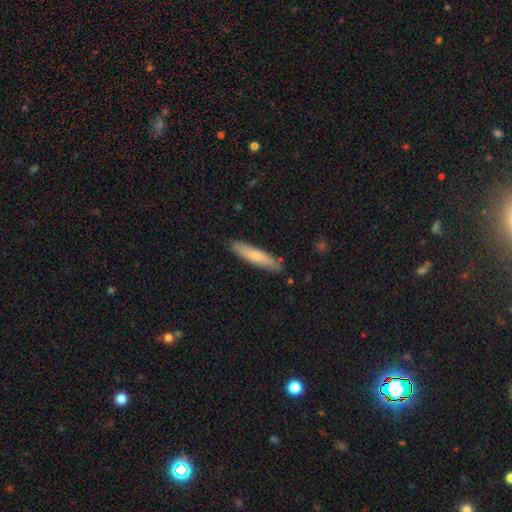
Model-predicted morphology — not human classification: Q: Smooth or featured?
A: smooth (74%); runner-up: featured or disk (21%)
Q: How rounded?
A: cigar-shaped (83%); runner-up: in between (16%)
Q: Merging?
A: none (86%); runner-up: minor disturbance (11%)